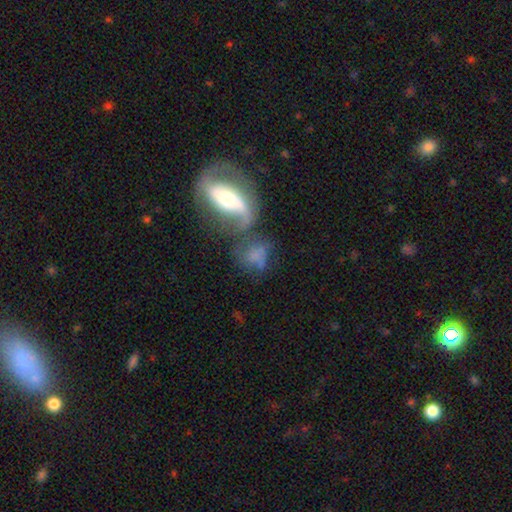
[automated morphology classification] smooth-or-featured: smooth: 52% | featured or disk: 33% | star or artifact: 16%
  how-rounded: round: 49% | in between: 47% | cigar-shaped: 4%
  merging: merger: 37% | none: 28% | major disturbance: 21% | minor disturbance: 14%